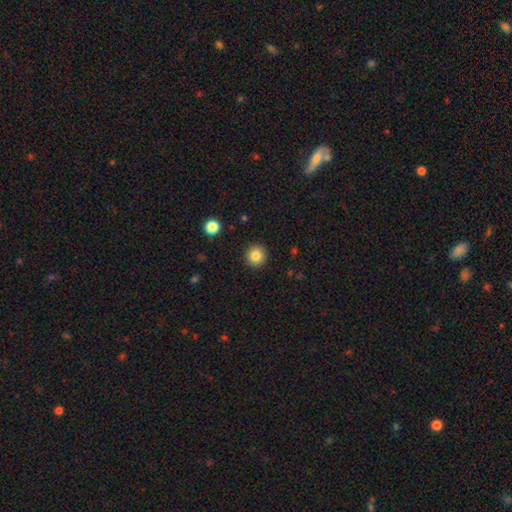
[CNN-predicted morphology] Smooth or featured? Predicted: smooth (p=0.83). How rounded? Predicted: round (p=0.95). Merging? Predicted: none (p=0.92).